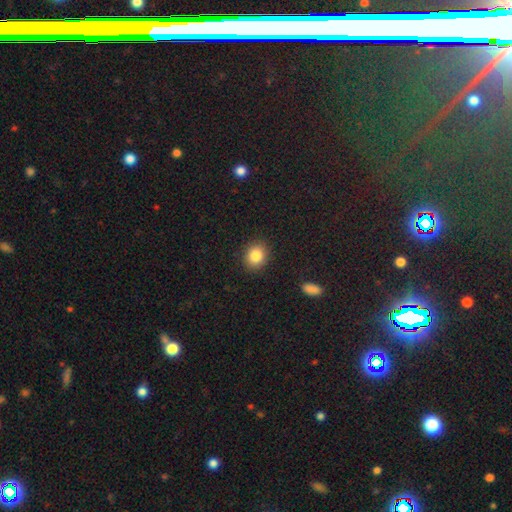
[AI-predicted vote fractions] smooth-or-featured: smooth: 85% | star or artifact: 10% | featured or disk: 6%
  how-rounded: round: 64% | in between: 35% | cigar-shaped: 1%
  merging: none: 89% | minor disturbance: 7% | major disturbance: 2% | merger: 1%